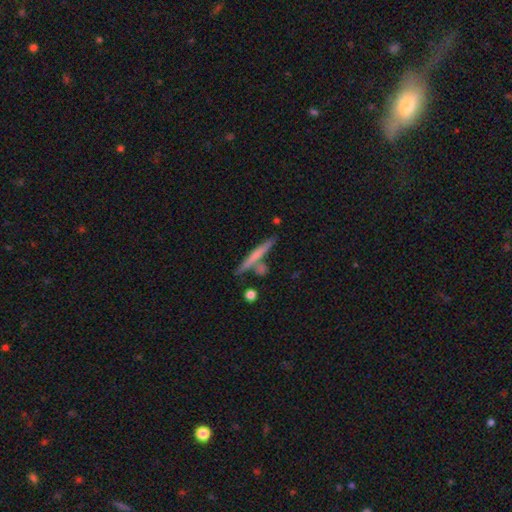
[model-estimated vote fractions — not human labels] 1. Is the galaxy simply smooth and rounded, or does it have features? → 57% smooth, 37% featured or disk, 6% star or artifact.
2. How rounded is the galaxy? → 93% cigar-shaped, 4% in between, 2% round.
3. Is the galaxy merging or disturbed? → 74% none, 13% merger, 11% minor disturbance, 3% major disturbance.